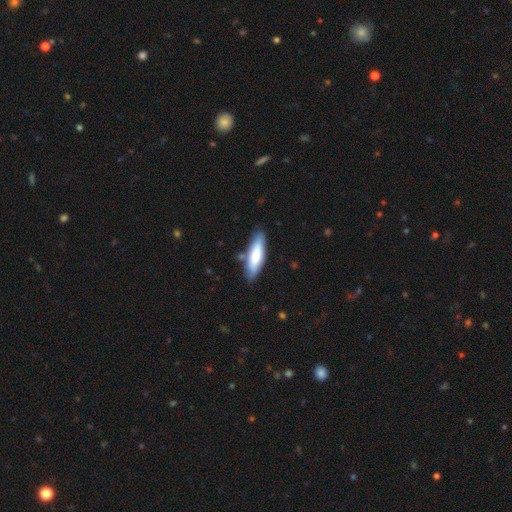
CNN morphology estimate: Q: Smooth or featured?
A: smooth (74%); runner-up: featured or disk (20%)
Q: How rounded?
A: cigar-shaped (56%); runner-up: in between (42%)
Q: Merging?
A: none (80%); runner-up: minor disturbance (14%)